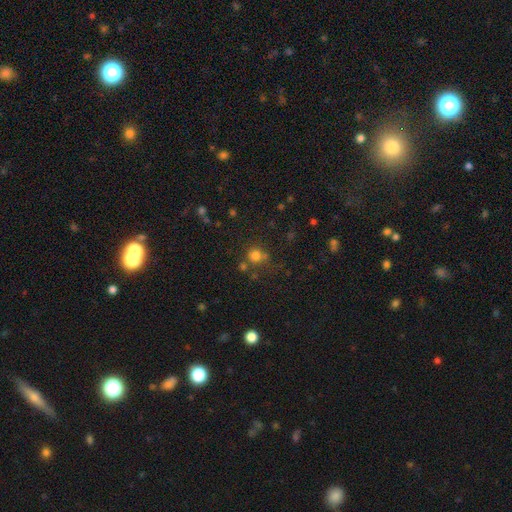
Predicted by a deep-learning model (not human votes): Overall: smooth (74%). How rounded: round (88%). Merging: none (64%).